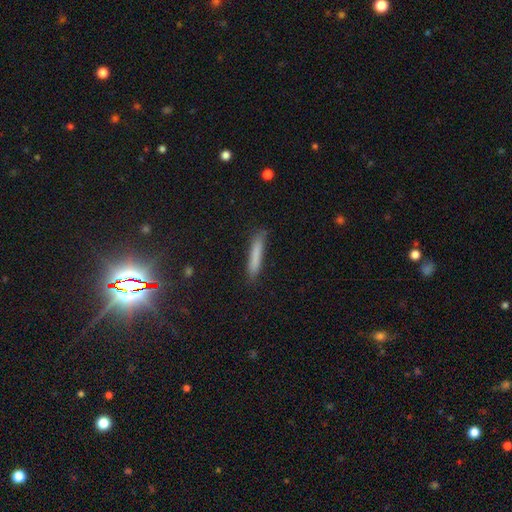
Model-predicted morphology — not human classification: Smooth or featured? Predicted: smooth (p=0.79). How rounded? Predicted: cigar-shaped (p=0.93). Merging? Predicted: none (p=0.83).